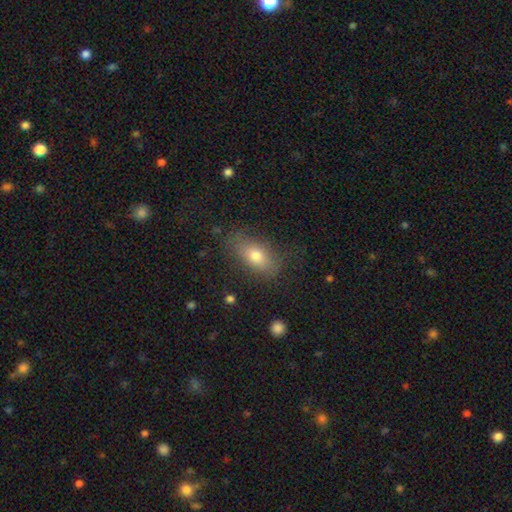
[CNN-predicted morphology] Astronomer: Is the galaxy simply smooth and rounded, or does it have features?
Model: smooth — 73%.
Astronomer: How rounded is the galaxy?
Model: in between — 85%.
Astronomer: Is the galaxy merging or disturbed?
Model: none — 75%.